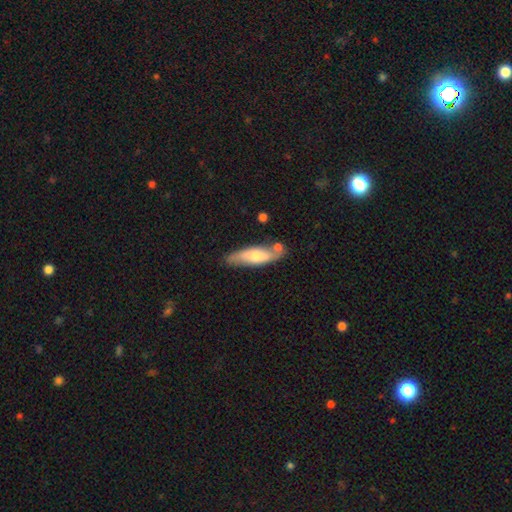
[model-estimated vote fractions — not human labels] smooth 58%, featured or disk 37%, star or artifact 5%. Down the decision tree: how rounded — cigar-shaped (60%); merging — none (67%).